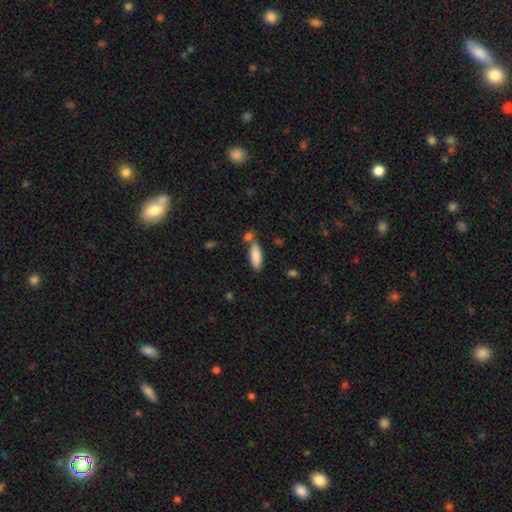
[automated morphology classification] Q: Smooth or featured?
A: smooth (86%); runner-up: featured or disk (8%)
Q: How rounded?
A: in between (65%); runner-up: cigar-shaped (33%)
Q: Merging?
A: none (69%); runner-up: merger (15%)